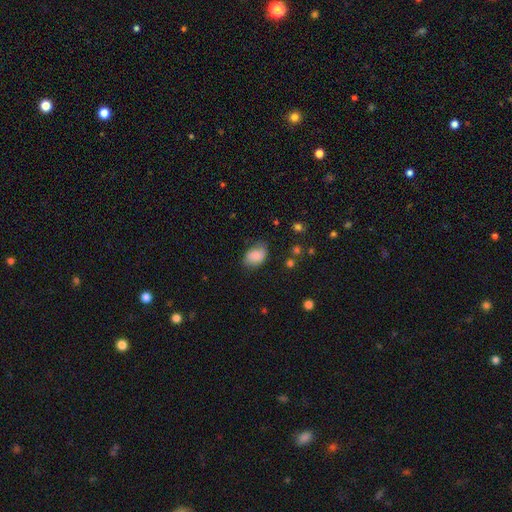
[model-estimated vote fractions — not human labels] A smooth galaxy with no disk features (79%) that is in between round and cigar-shaped (83%). Merging: none (63%).